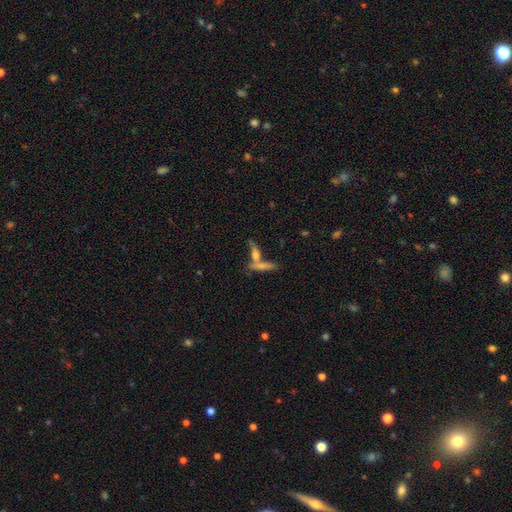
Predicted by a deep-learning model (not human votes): The model was most divided on "smooth or featured": smooth: 49%, featured or disk: 40%, star or artifact: 10%. Remaining: merging — none (47%).